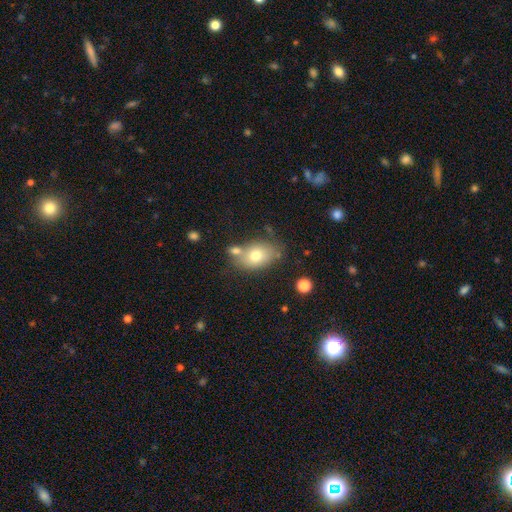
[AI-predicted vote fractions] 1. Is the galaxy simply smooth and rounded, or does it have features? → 72% smooth, 18% featured or disk, 10% star or artifact.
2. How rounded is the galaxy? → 77% in between, 22% round, 1% cigar-shaped.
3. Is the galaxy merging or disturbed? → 58% none, 19% merger, 17% minor disturbance, 6% major disturbance.